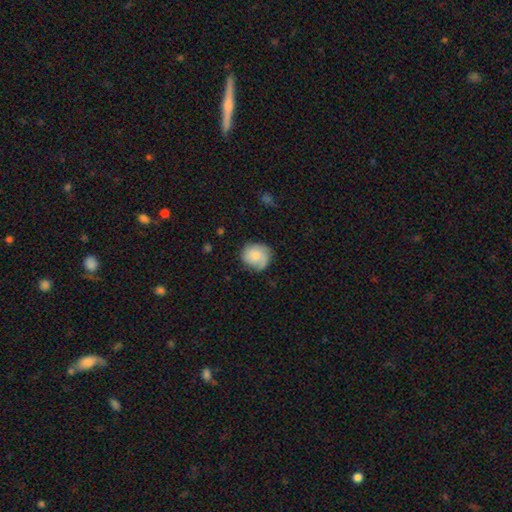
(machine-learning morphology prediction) smooth-or-featured: smooth: 59% | featured or disk: 34% | star or artifact: 7%
  how-rounded: round: 78% | in between: 21% | cigar-shaped: 1%
  merging: none: 67% | minor disturbance: 23% | major disturbance: 8% | merger: 2%